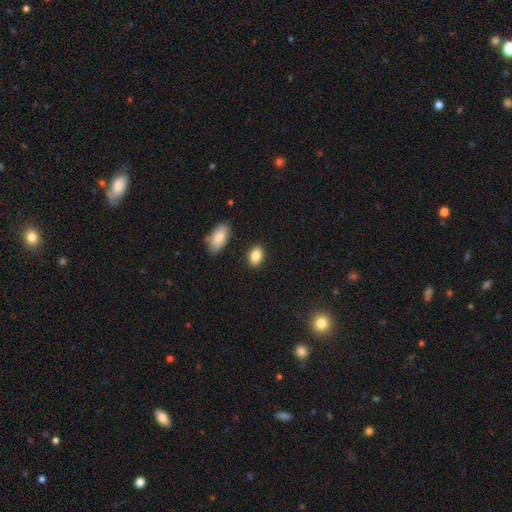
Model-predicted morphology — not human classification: Smooth or featured?
  - smooth: 86% *
  - star or artifact: 8%
  - featured or disk: 6%
How rounded?
  - in between: 85% *
  - round: 14%
  - cigar-shaped: 2%
Merging?
  - none: 86% *
  - minor disturbance: 9%
  - merger: 3%
  - major disturbance: 2%